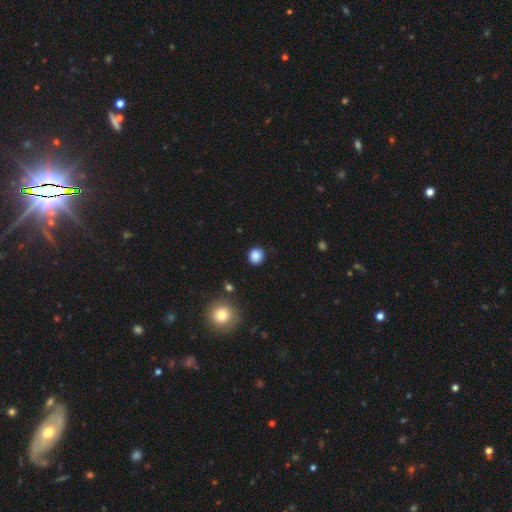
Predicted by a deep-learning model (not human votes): A smooth galaxy with no disk features (86%) that is round (83%). Merging: none (88%).